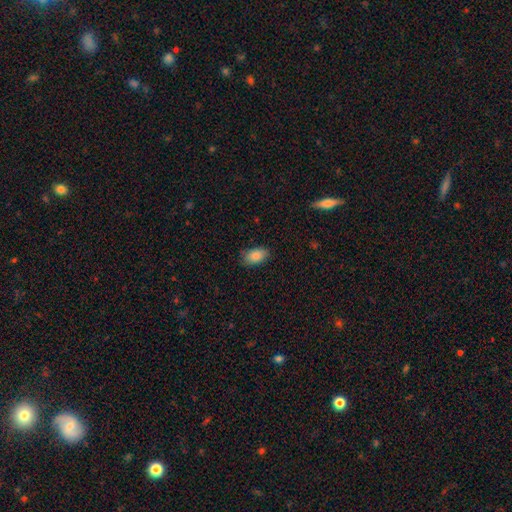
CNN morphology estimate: The model was most divided on "merging": none: 84%, minor disturbance: 13%, major disturbance: 3%, merger: 1%. More confident: how rounded — in between (93%); smooth or featured — smooth (87%).